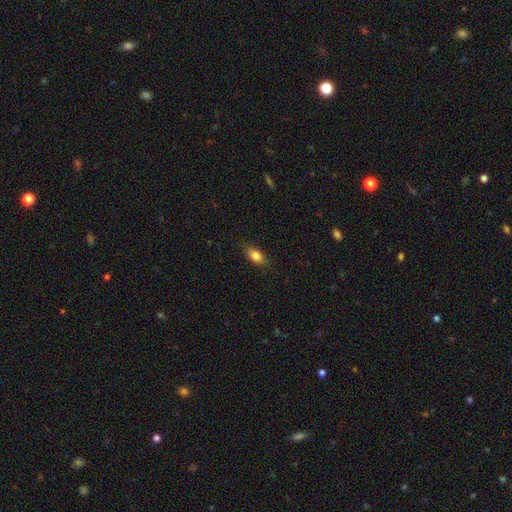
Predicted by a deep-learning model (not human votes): Smooth or featured: smooth — 82% (featured or disk — 9%)
How rounded: in between — 85% (cigar-shaped — 8%)
Merging: none — 84% (minor disturbance — 12%)